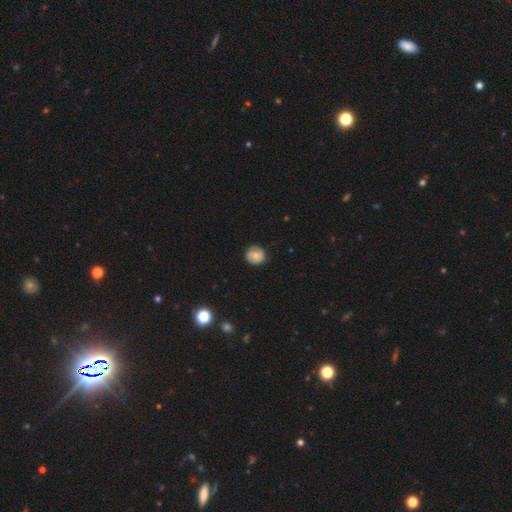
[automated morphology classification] Overall: smooth (60%; featured or disk 32%). How rounded: round (89%). Merging: none (79%).